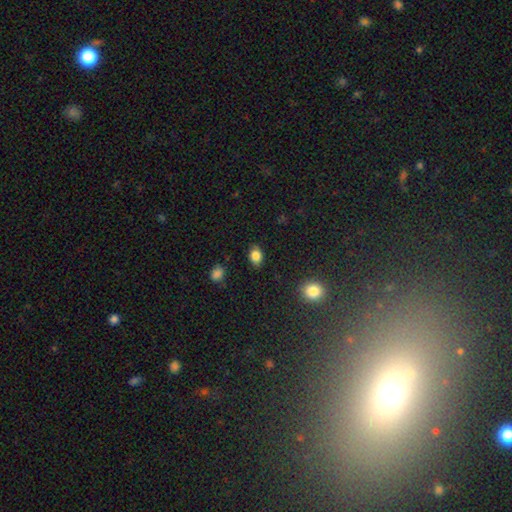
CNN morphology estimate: The model was most divided on "how rounded": in between: 71%, round: 28%, cigar-shaped: 1%. More confident: merging — none (86%); smooth or featured — smooth (84%).